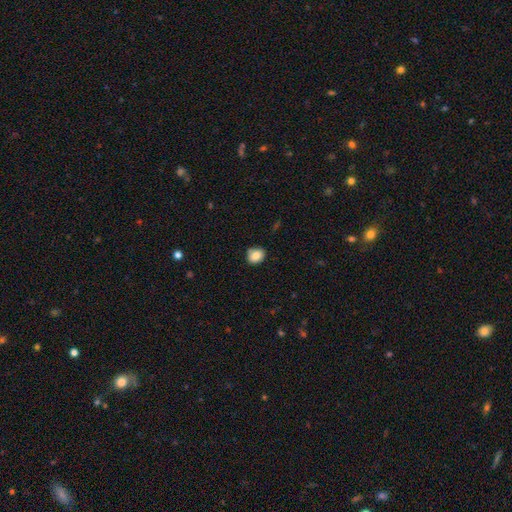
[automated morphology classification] This appears to be a smooth galaxy with no disk features (84%) that is round (58%). Merging: none (80%).